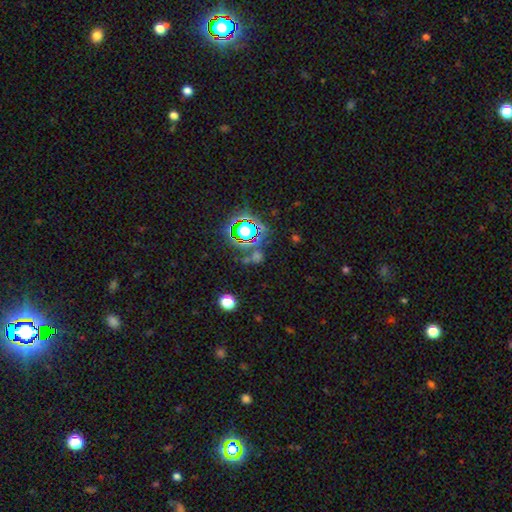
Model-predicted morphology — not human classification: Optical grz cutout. It shows a star or artifact, not a galaxy (64%).